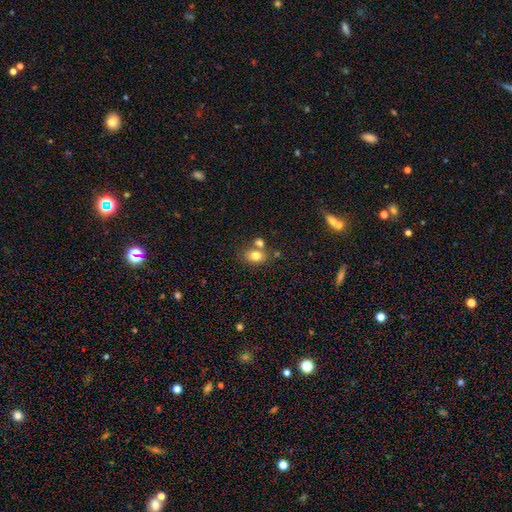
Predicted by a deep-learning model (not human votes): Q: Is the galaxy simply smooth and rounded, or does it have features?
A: smooth — 79%.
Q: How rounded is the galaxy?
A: in between — 71%.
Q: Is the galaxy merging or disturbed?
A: none — 53%.